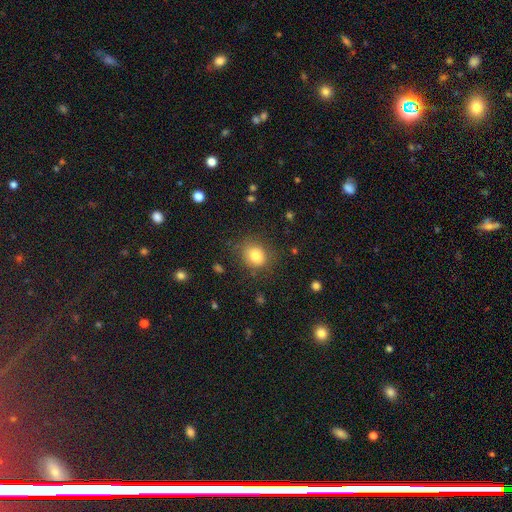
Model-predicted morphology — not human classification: A smooth galaxy with no disk features (81%) that is round (63%). Merging: none (79%).